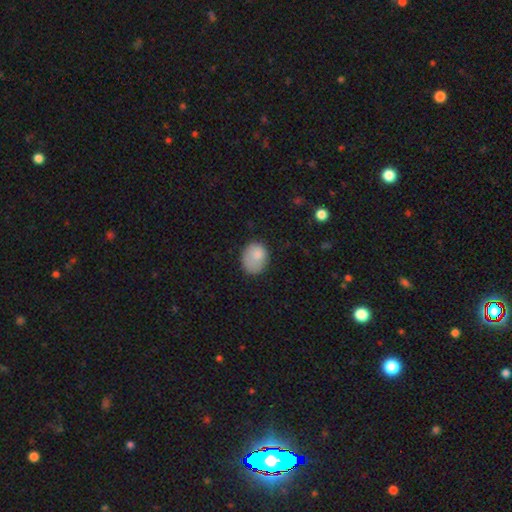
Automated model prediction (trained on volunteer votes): A smooth galaxy with no disk features (82%) that is in between round and cigar-shaped (52%). Merging: none (55%).